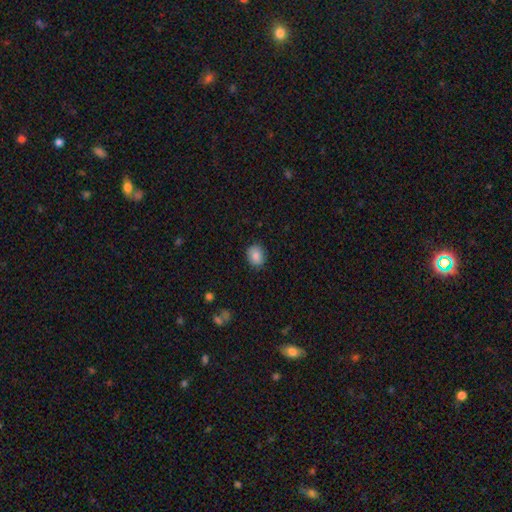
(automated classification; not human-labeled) The model was most divided on "how rounded": round: 53%, in between: 46%, cigar-shaped: 1%. More confident: smooth or featured — smooth (86%); merging — none (85%).